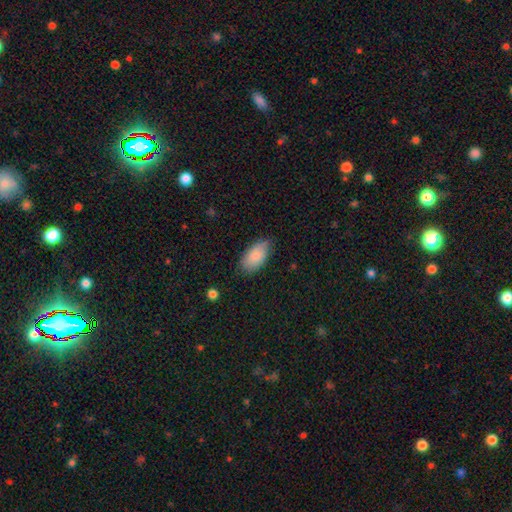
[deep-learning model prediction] smooth_or_featured: smooth (p=0.85) [alt: featured or disk p=0.08]
how_rounded: in between (p=0.94) [alt: round p=0.03]
merging: none (p=0.72) [alt: minor disturbance p=0.23]